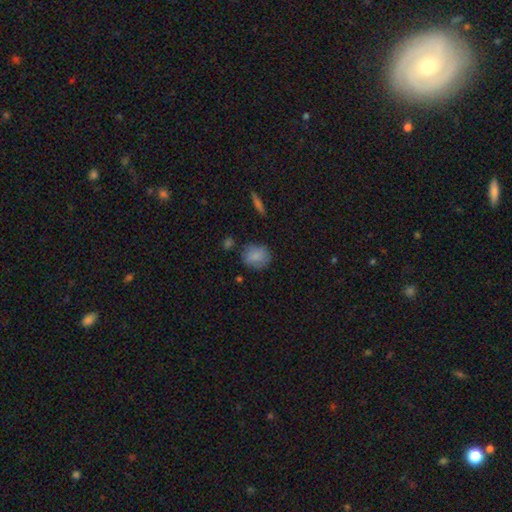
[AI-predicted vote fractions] Morphology: type=smooth (81%); roundness=round (71%); merging=none (72%).